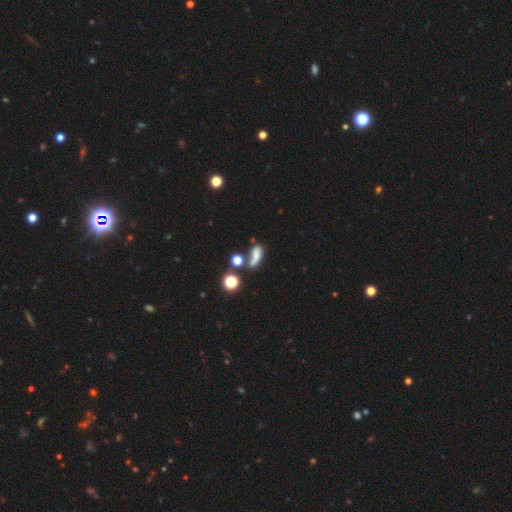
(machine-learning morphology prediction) Q: Smooth or featured?
A: smooth (62%); runner-up: featured or disk (20%)
Q: How rounded?
A: in between (57%); runner-up: cigar-shaped (26%)
Q: Merging?
A: none (38%); runner-up: merger (27%)